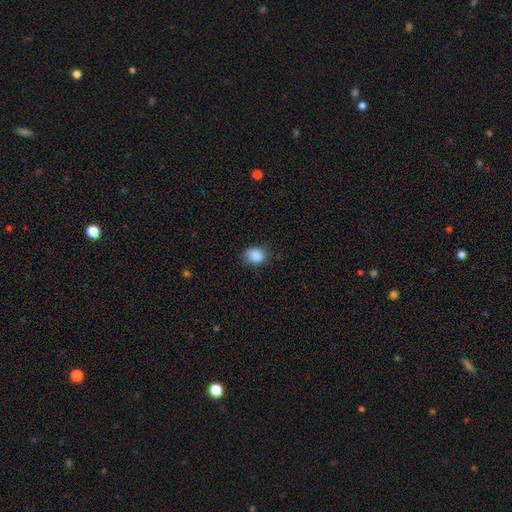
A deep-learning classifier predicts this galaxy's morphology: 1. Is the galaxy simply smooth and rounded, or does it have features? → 88% smooth, 9% star or artifact, 4% featured or disk.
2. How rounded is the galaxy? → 55% round, 44% in between, 1% cigar-shaped.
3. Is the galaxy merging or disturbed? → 76% none, 19% minor disturbance, 4% major disturbance, 1% merger.